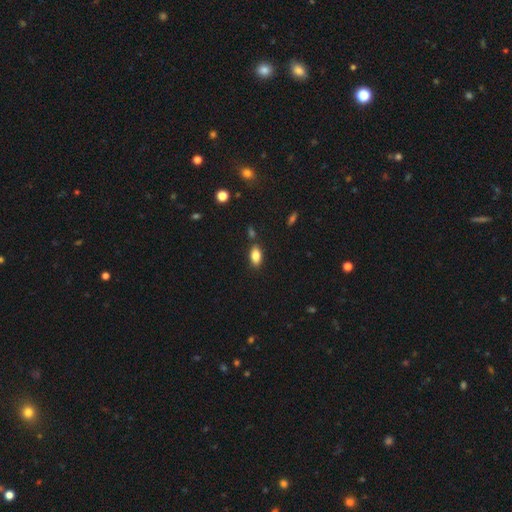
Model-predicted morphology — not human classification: Smooth or featured?
  - smooth: 83% *
  - star or artifact: 8%
  - featured or disk: 8%
How rounded?
  - in between: 89% *
  - cigar-shaped: 6%
  - round: 4%
Merging?
  - none: 81% *
  - minor disturbance: 11%
  - merger: 5%
  - major disturbance: 3%